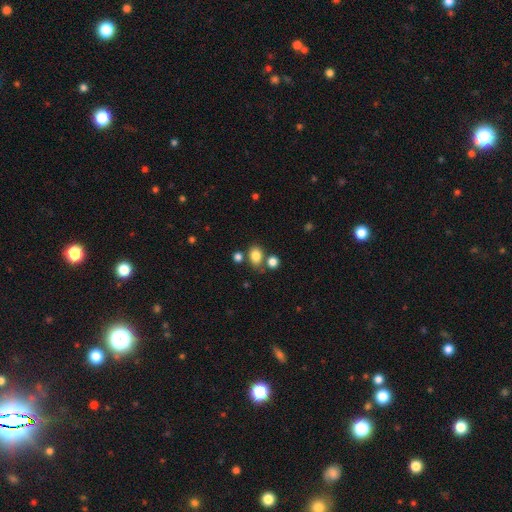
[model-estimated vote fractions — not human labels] smooth 82%, star or artifact 12%, featured or disk 7%. Down the decision tree: how rounded — in between (57%); merging — none (65%).